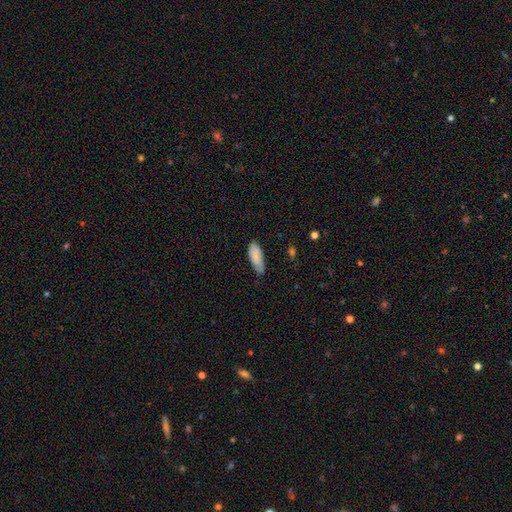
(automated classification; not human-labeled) This appears to be a smooth galaxy with no disk features (85%) that is in between round and cigar-shaped (75%). Merging: none (64%).